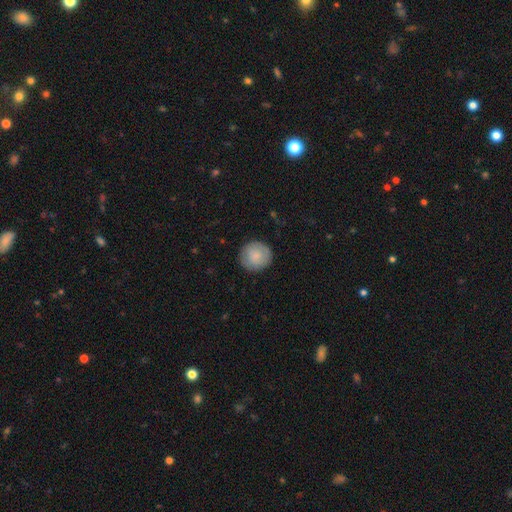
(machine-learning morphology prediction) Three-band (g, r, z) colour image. It shows a smooth galaxy with no disk features (79%) that is round (91%). Merging: none (86%).